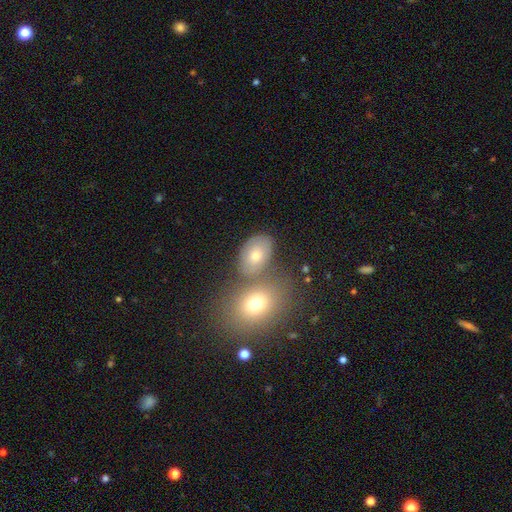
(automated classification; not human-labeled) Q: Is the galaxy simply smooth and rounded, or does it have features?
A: smooth — 61%.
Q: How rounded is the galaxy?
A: in between — 75%.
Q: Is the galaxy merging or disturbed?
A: none — 57%.